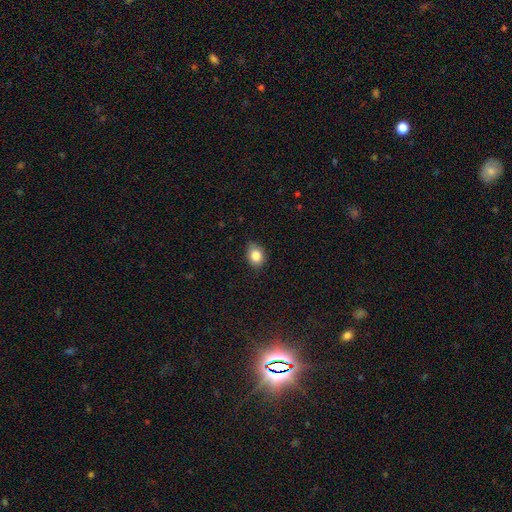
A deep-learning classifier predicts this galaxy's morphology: smooth 84%, star or artifact 10%, featured or disk 6%. Down the decision tree: how rounded — round (54%); merging — none (78%).